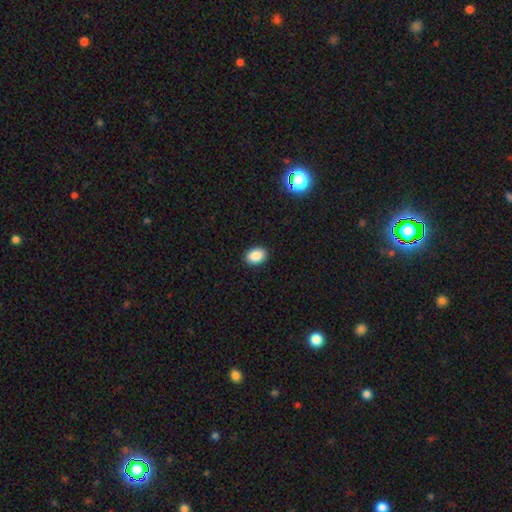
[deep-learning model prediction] Smooth or featured: smooth — 89% (star or artifact — 8%)
How rounded: in between — 76% (round — 23%)
Merging: none — 91% (minor disturbance — 7%)